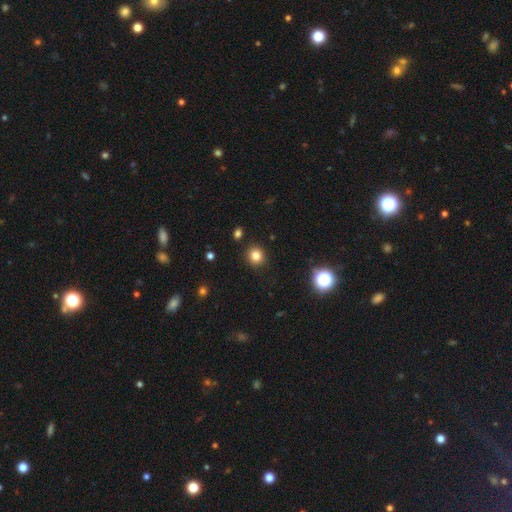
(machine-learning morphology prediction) smooth_or_featured: smooth (p=0.81) [alt: star or artifact p=0.13]
how_rounded: round (p=0.88) [alt: in between p=0.11]
merging: none (p=0.90) [alt: minor disturbance p=0.06]